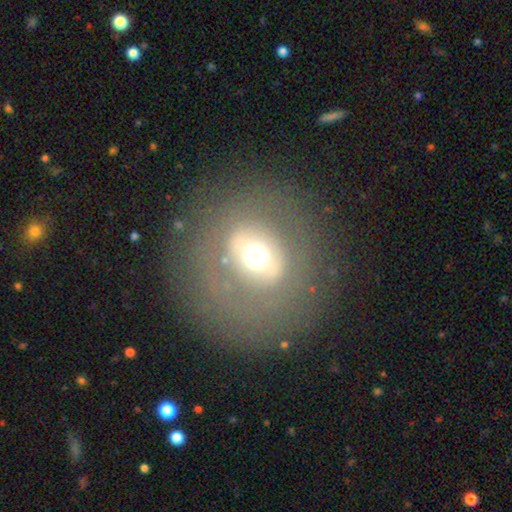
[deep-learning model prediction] Smooth or featured? smooth (47%)
Merging? none (78%)